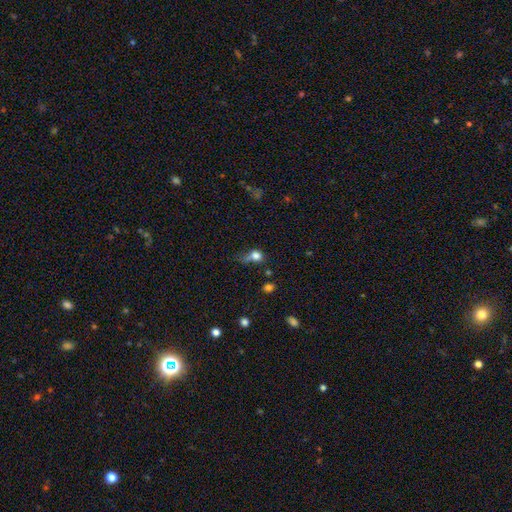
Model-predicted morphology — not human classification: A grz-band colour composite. It shows a smooth galaxy with no disk features (75%) that is round (62%). Merging: none (33%).